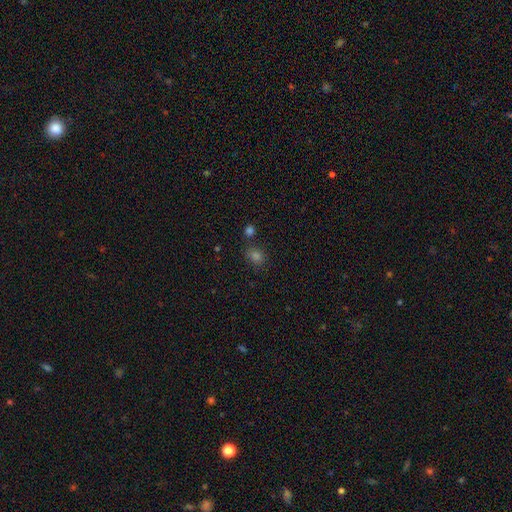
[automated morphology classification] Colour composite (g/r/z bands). It shows a smooth galaxy with no disk features (71%) that is round (52%). Merging: none (78%).